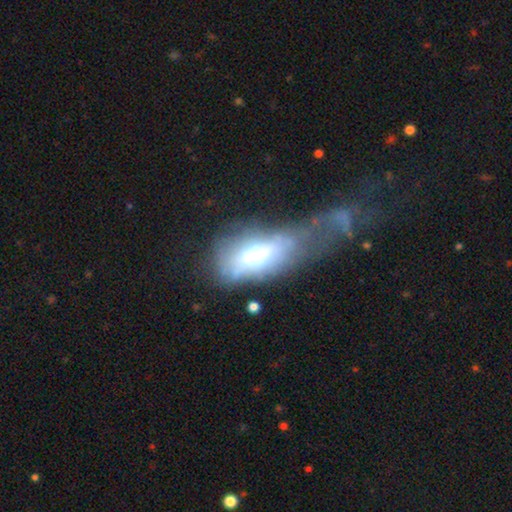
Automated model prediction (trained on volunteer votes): This appears to be a smooth galaxy with no disk features (48%). Merging: major disturbance (53%).